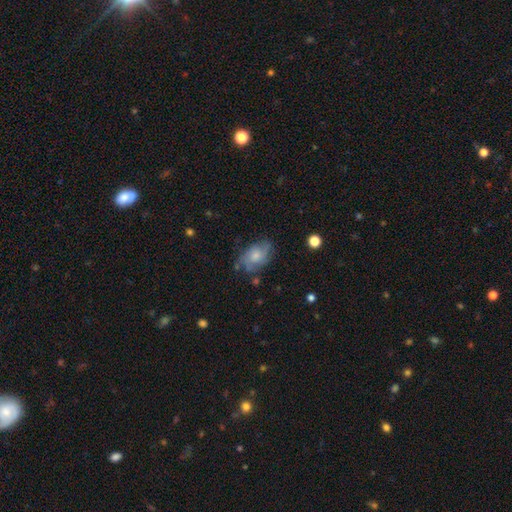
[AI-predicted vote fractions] The model was most divided on "smooth or featured": smooth: 49%, featured or disk: 43%, star or artifact: 8%. More confident: merging — none (57%).